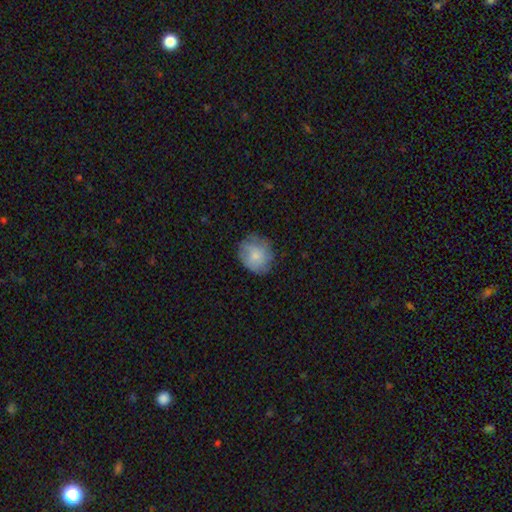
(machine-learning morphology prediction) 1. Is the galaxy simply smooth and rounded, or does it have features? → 71% smooth, 21% featured or disk, 8% star or artifact.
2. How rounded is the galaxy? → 80% round, 19% in between, 1% cigar-shaped.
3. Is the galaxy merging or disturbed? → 73% none, 19% minor disturbance, 6% major disturbance, 1% merger.